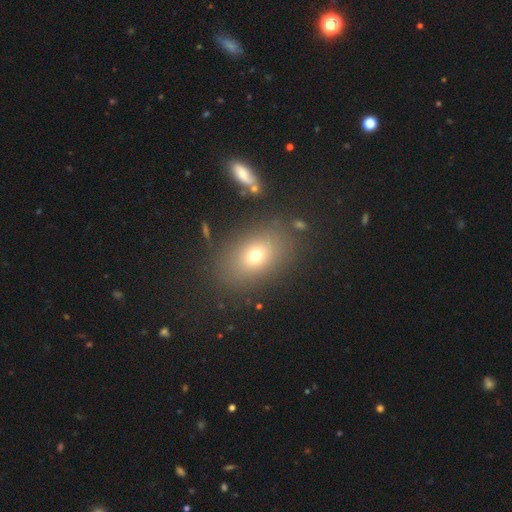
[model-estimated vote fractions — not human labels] Morphology: type=smooth (69%); roundness=in between (73%); merging=none (82%).